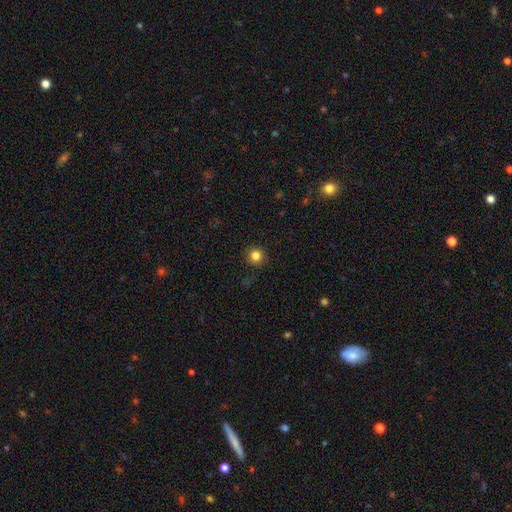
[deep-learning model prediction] smooth 83%, star or artifact 12%, featured or disk 5%. Down the decision tree: how rounded — round (95%); merging — none (91%).